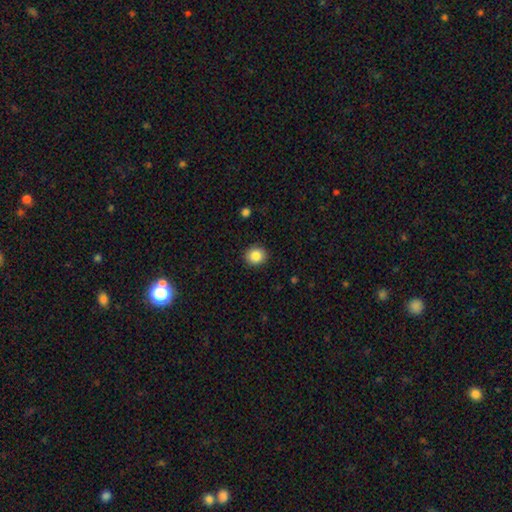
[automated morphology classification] Overall: smooth (87%). How rounded: round (84%). Merging: none (91%).